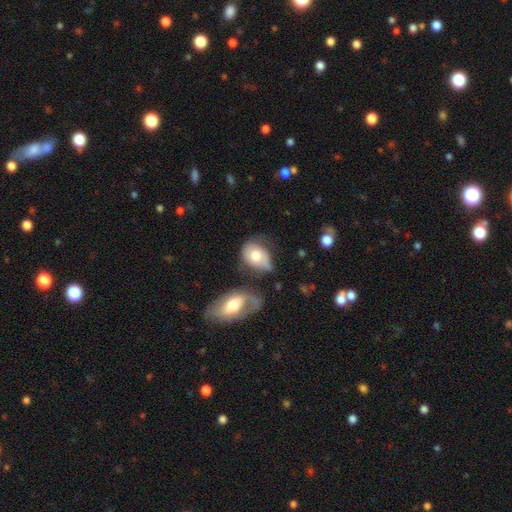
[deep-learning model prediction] Q: Smooth or featured?
A: smooth (64%); runner-up: featured or disk (29%)
Q: How rounded?
A: in between (66%); runner-up: round (32%)
Q: Merging?
A: none (30%); runner-up: minor disturbance (28%)